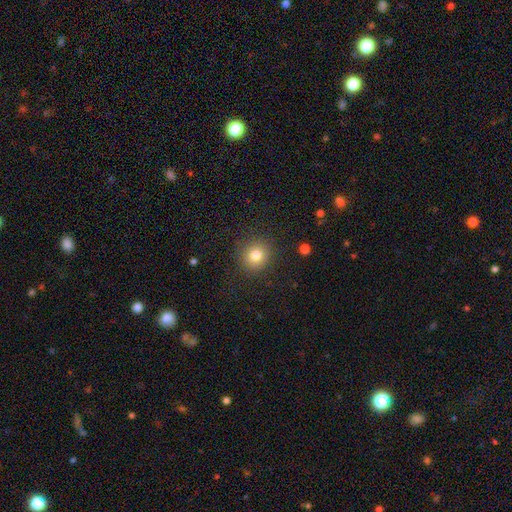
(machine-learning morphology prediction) Smooth or featured? Predicted: smooth (p=0.80). How rounded? Predicted: round (p=0.89). Merging? Predicted: none (p=0.89).